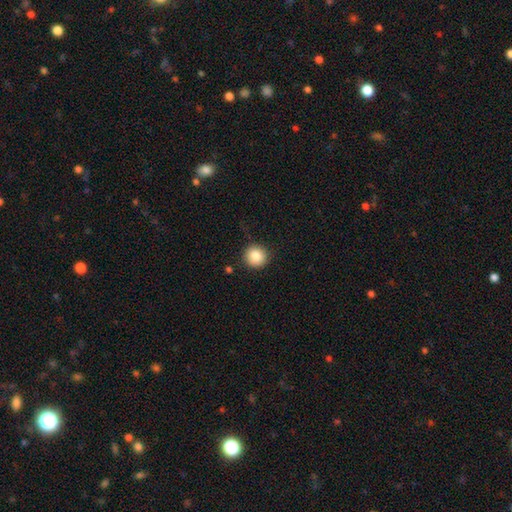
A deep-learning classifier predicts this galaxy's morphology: smooth 84%, star or artifact 9%, featured or disk 7%. Down the decision tree: how rounded — round (94%); merging — none (87%).